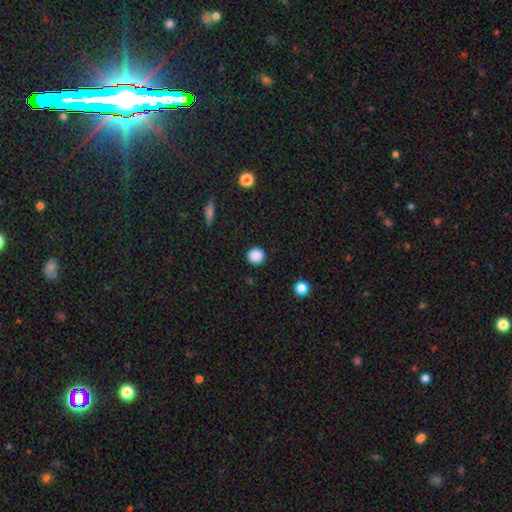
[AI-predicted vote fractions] Q: Smooth or featured?
A: smooth (88%); runner-up: star or artifact (10%)
Q: How rounded?
A: round (95%); runner-up: in between (4%)
Q: Merging?
A: none (92%); runner-up: minor disturbance (5%)